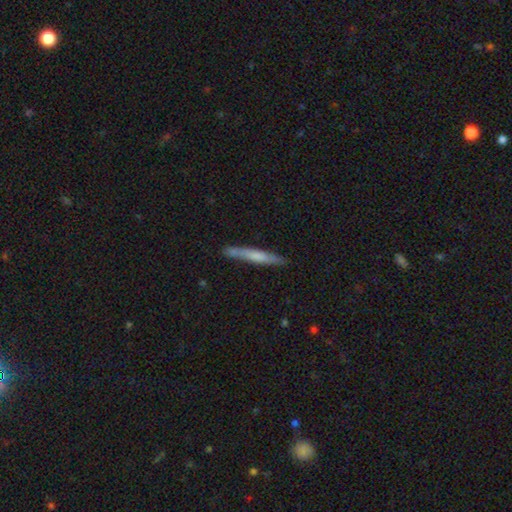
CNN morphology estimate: This appears to be a smooth galaxy with no disk features (55%) that is cigar-shaped (95%). Merging: none (83%).